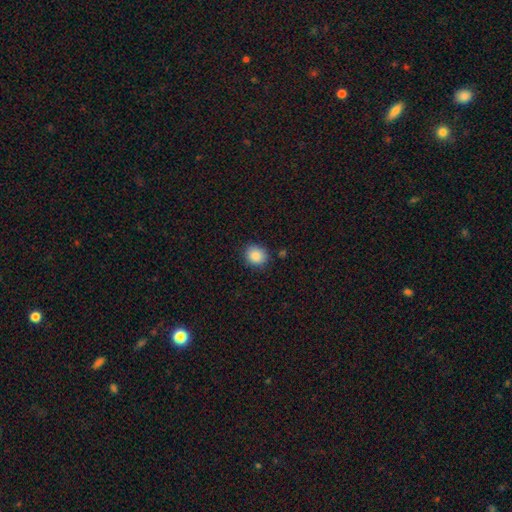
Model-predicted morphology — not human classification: Q: Smooth or featured?
A: smooth (87%); runner-up: star or artifact (9%)
Q: How rounded?
A: round (72%); runner-up: in between (28%)
Q: Merging?
A: none (85%); runner-up: minor disturbance (11%)